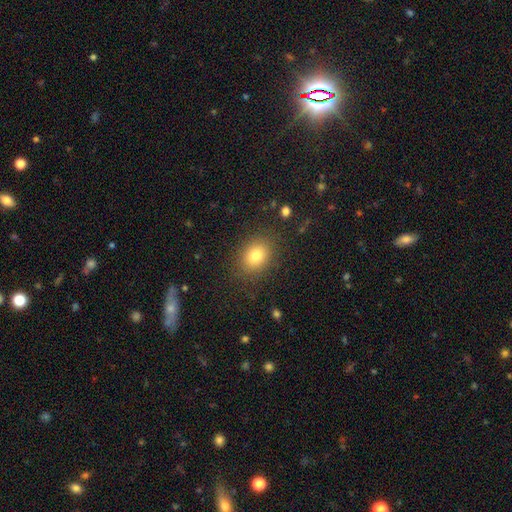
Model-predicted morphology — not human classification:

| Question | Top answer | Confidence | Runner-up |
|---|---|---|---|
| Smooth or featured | smooth | 80% | star or artifact (11%) |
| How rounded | in between | 57% | round (42%) |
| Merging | none | 85% | minor disturbance (10%) |